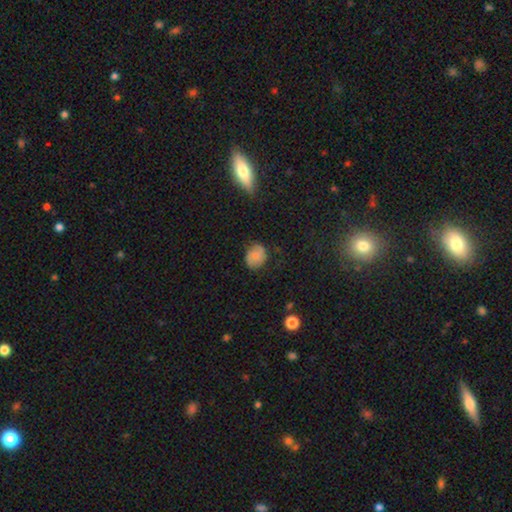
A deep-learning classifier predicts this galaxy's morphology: smooth_or_featured: smooth (p=0.68) [alt: featured or disk p=0.21]
how_rounded: round (p=0.59) [alt: in between p=0.40]
merging: none (p=0.68) [alt: minor disturbance p=0.23]